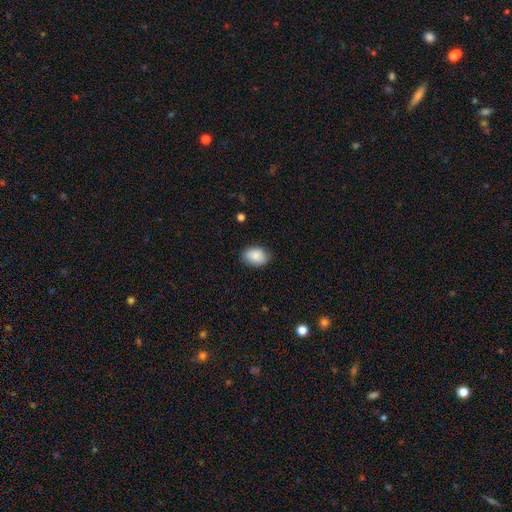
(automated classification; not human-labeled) Morphology: type=smooth (87%); roundness=in between (83%); merging=none (84%).